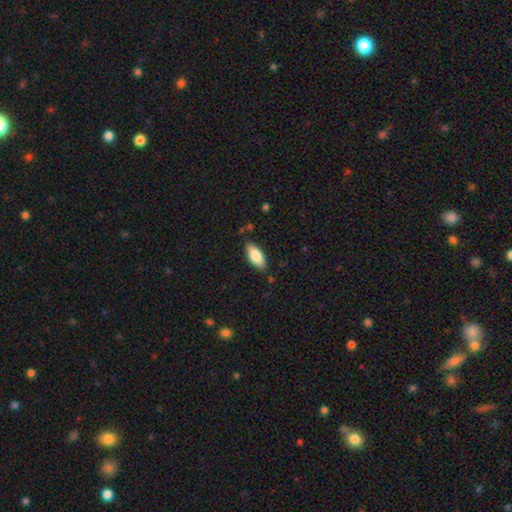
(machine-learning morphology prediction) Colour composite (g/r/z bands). It shows a smooth galaxy with no disk features (79%) that is in between round and cigar-shaped (84%). Merging: none (83%).